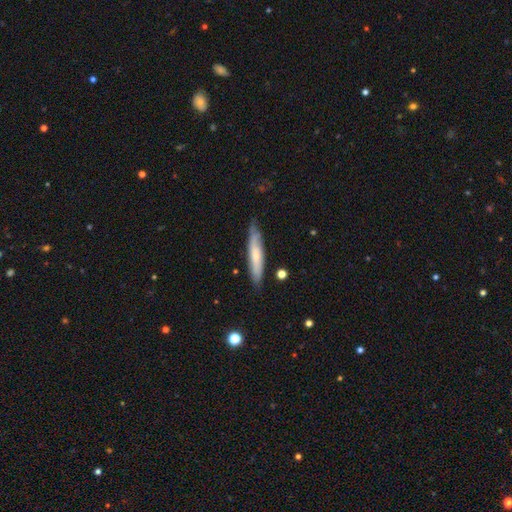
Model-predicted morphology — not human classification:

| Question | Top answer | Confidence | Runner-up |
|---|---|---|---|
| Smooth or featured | smooth | 59% | featured or disk (36%) |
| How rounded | cigar-shaped | 87% | in between (11%) |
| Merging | none | 77% | minor disturbance (18%) |